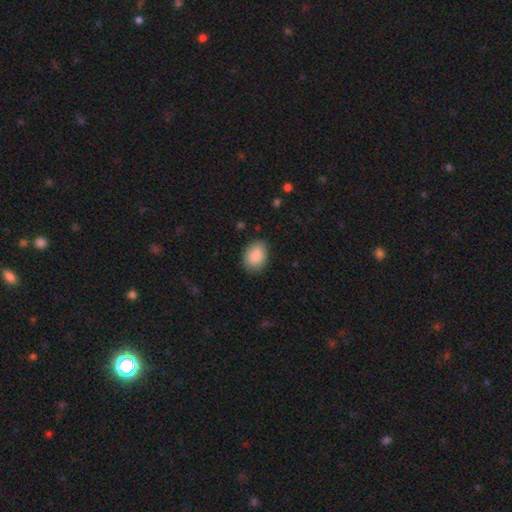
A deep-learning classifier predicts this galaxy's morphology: Overall: smooth (89%). How rounded: in between (79%). Merging: none (78%).